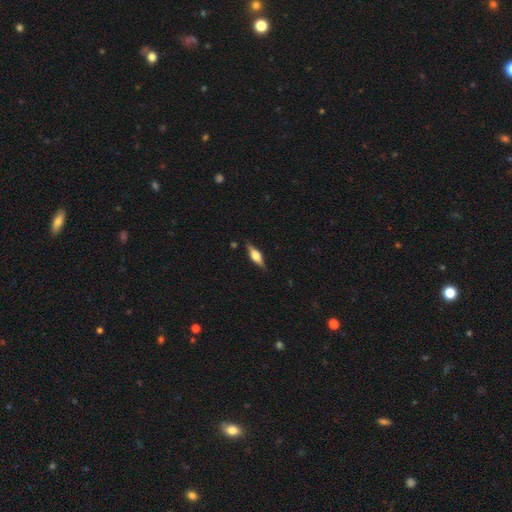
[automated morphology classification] The model was most divided on "smooth or featured": featured or disk: 63%, smooth: 31%, star or artifact: 6%. More confident: edge-on disk — yes (96%); edge-on bulge — rounded (89%); merging — none (86%).